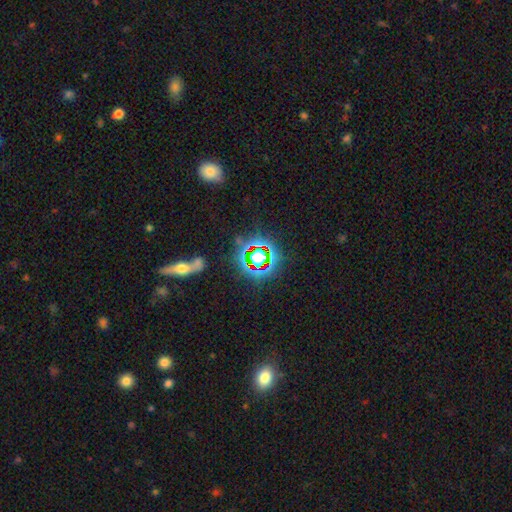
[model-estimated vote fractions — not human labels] A star or artifact, not a galaxy (70%).

Vote fractions:
- Smooth or featured? star or artifact: 70% / smooth: 17% / featured or disk: 13%